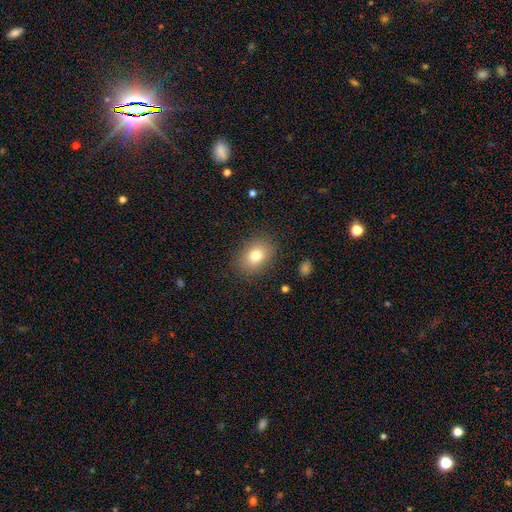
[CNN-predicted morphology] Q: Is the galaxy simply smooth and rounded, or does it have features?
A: smooth — 78%.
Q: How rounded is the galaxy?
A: in between — 69%.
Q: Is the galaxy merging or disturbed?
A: none — 86%.